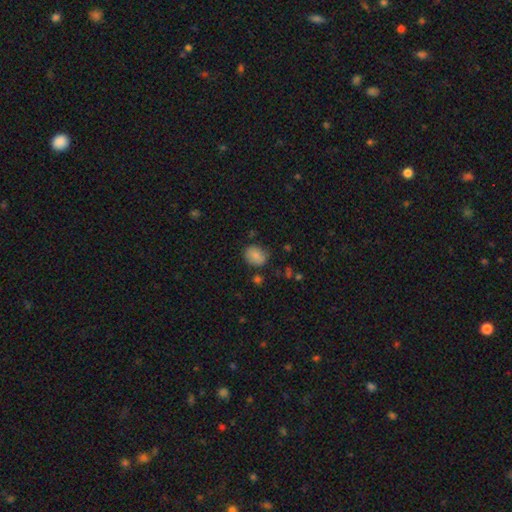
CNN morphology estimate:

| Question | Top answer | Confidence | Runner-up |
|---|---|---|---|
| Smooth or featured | smooth | 81% | featured or disk (10%) |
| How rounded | in between | 53% | round (46%) |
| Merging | none | 73% | minor disturbance (20%) |